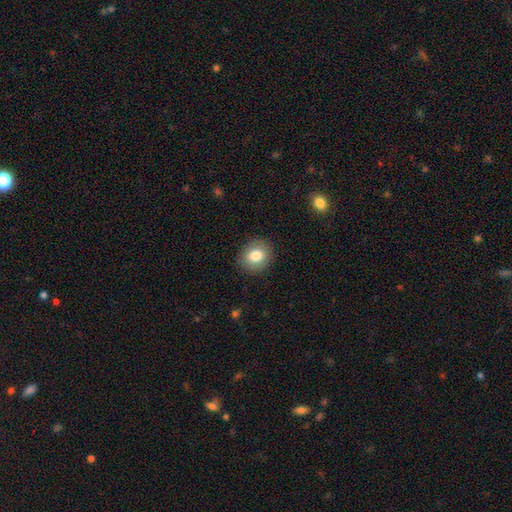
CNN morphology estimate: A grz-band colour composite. It shows a smooth galaxy with no disk features (81%) that is round (73%). Merging: none (89%).